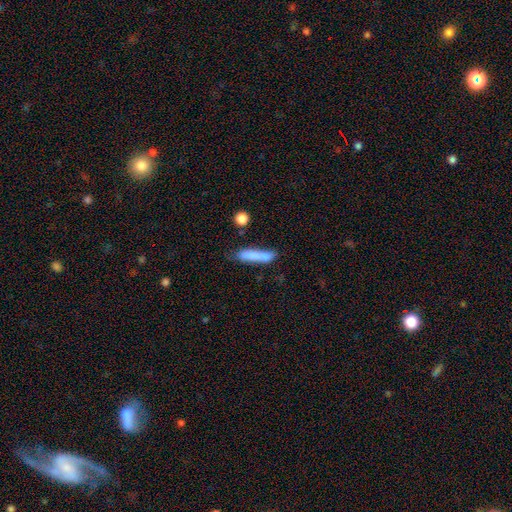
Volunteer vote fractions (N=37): Volunteers were most divided on "merging": none: 71%, minor disturbance: 17%, merger: 9%, major disturbance: 3%. More confident: how rounded — cigar-shaped (84%); smooth or featured — smooth (84%).